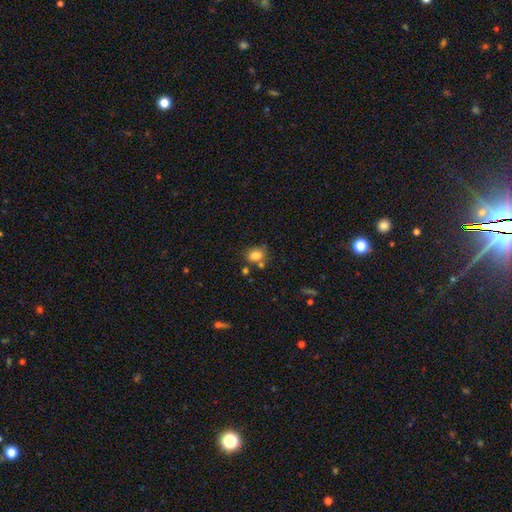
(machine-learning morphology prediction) Smooth or featured? smooth (82%)
How rounded? in between (65%)
Merging? none (59%)